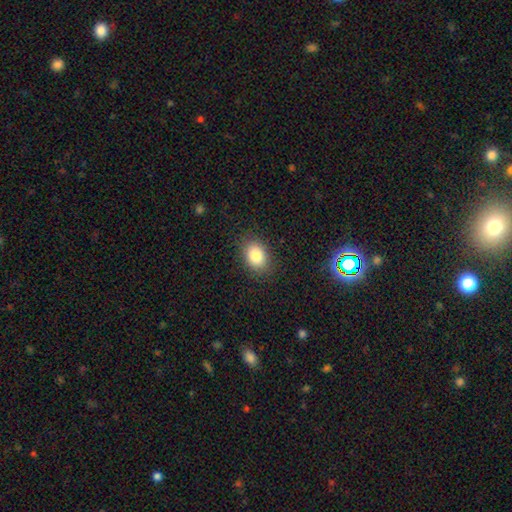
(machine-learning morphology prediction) Q: Smooth or featured?
A: smooth (84%); runner-up: star or artifact (9%)
Q: How rounded?
A: in between (70%); runner-up: round (29%)
Q: Merging?
A: none (86%); runner-up: minor disturbance (10%)